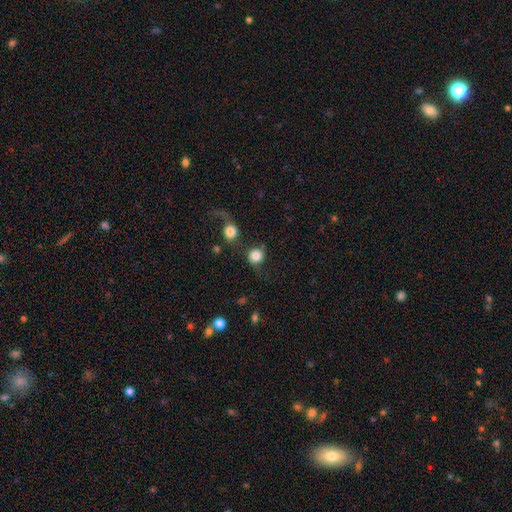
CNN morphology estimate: This is clearly a smooth galaxy (81%). How rounded: clearly round (89%). Merging: possibly none (47%).